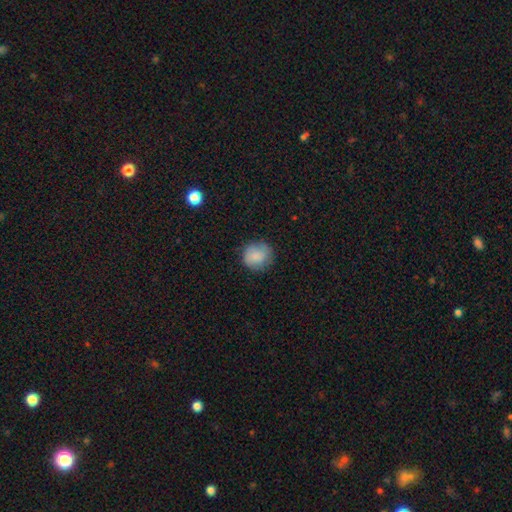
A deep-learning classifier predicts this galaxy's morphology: Smooth or featured?
  - smooth: 85% *
  - featured or disk: 8%
  - star or artifact: 7%
How rounded?
  - round: 87% *
  - in between: 12%
  - cigar-shaped: 1%
Merging?
  - none: 79% *
  - minor disturbance: 16%
  - major disturbance: 4%
  - merger: 1%